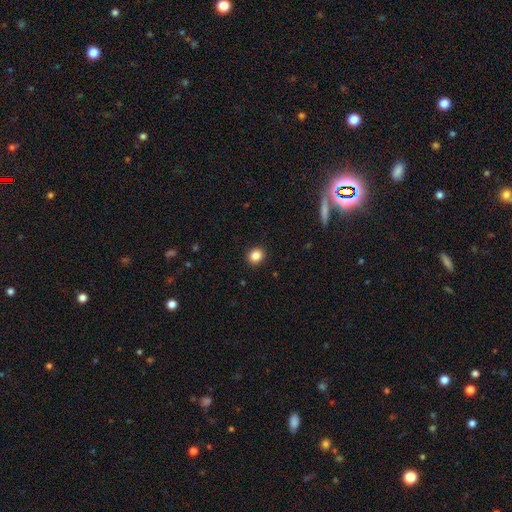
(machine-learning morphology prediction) A smooth galaxy with no disk features (85%) that is round (80%).

Vote fractions:
- Smooth or featured? smooth: 85% / star or artifact: 10% / featured or disk: 4%
- How rounded? round: 80% / in between: 19% / cigar-shaped: 1%
- Merging? none: 92% / minor disturbance: 5% / major disturbance: 2% / merger: 1%